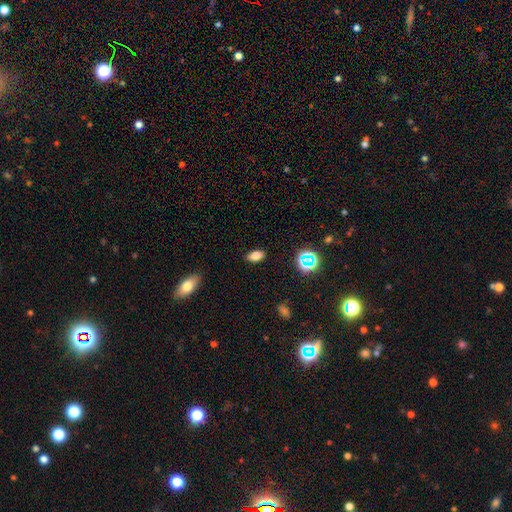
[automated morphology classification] smooth_or_featured: smooth (p=0.78) [alt: star or artifact p=0.14]
how_rounded: in between (p=0.87) [alt: cigar-shaped p=0.07]
merging: none (p=0.86) [alt: minor disturbance p=0.10]